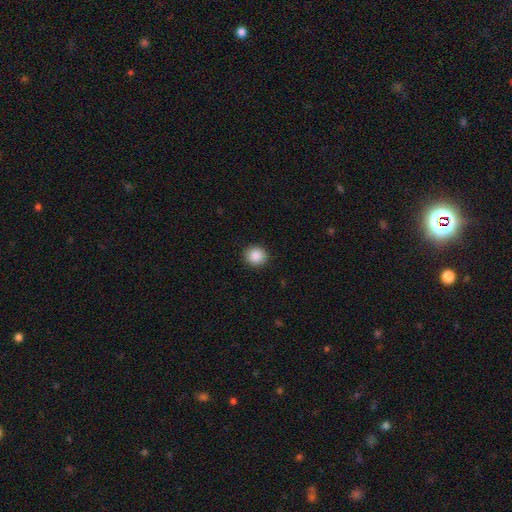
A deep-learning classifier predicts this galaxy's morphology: A smooth galaxy with no disk features (89%) that is round (84%). Merging: none (91%).